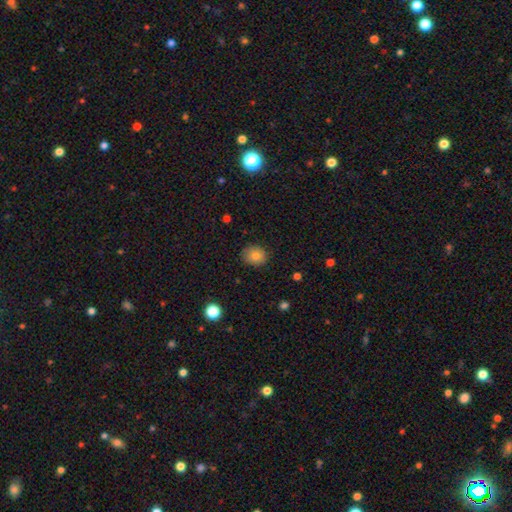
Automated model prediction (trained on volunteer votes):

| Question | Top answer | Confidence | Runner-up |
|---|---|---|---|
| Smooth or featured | smooth | 80% | star or artifact (10%) |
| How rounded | round | 70% | in between (29%) |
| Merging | none | 85% | minor disturbance (11%) |